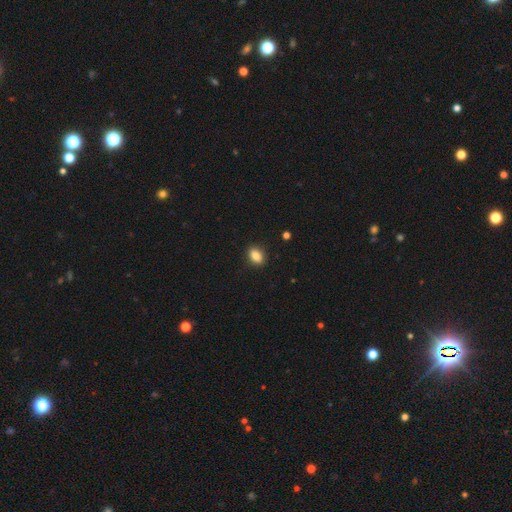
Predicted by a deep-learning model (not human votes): Smooth or featured: smooth — 87% (star or artifact — 9%)
How rounded: in between — 82% (round — 16%)
Merging: none — 88% (minor disturbance — 9%)